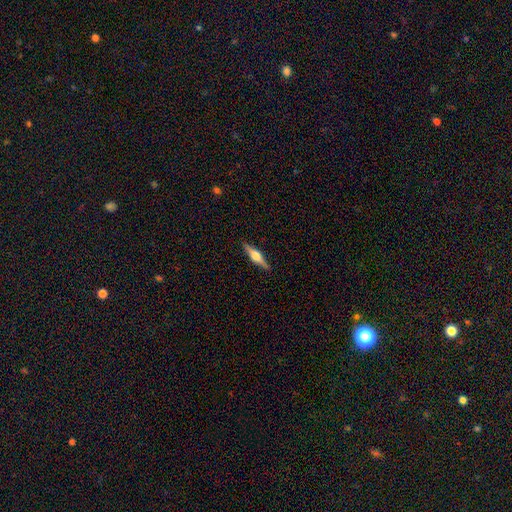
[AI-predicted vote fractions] A featured or disk galaxy (75%) viewed edge-on (98%) with a rounded central bulge (93%).

Vote fractions:
- Smooth or featured? featured or disk: 75% / smooth: 19% / star or artifact: 5%
- Edge-on disk? yes: 98% / no: 2%
- Edge-on bulge? rounded: 93% / boxy: 5% / none: 2%
- Merging? none: 91% / minor disturbance: 7% / major disturbance: 2% / merger: 1%